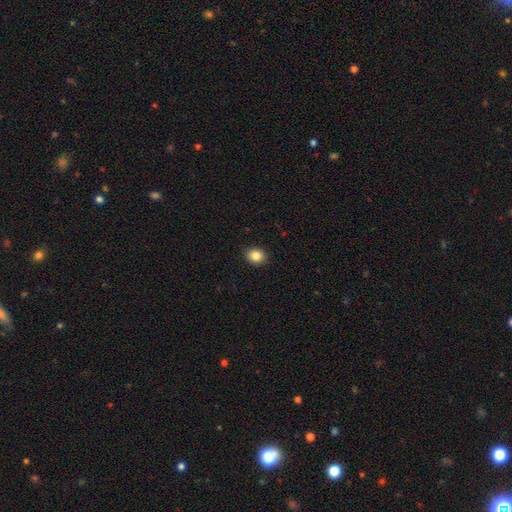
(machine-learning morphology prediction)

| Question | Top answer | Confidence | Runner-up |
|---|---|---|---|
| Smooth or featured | smooth | 87% | star or artifact (9%) |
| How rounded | round | 57% | in between (42%) |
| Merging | none | 88% | minor disturbance (9%) |